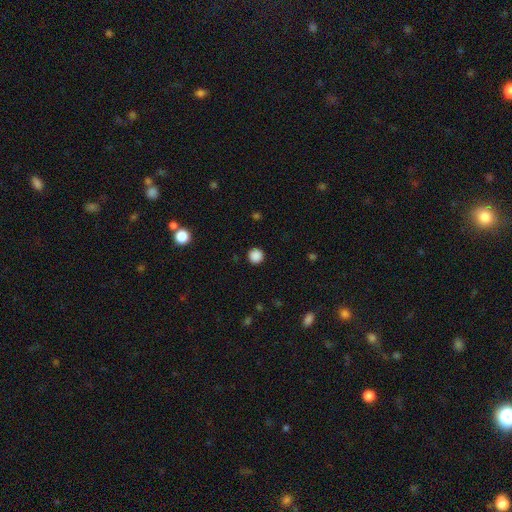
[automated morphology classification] Q: Smooth or featured?
A: smooth (87%); runner-up: star or artifact (10%)
Q: How rounded?
A: round (95%); runner-up: in between (4%)
Q: Merging?
A: none (92%); runner-up: minor disturbance (5%)